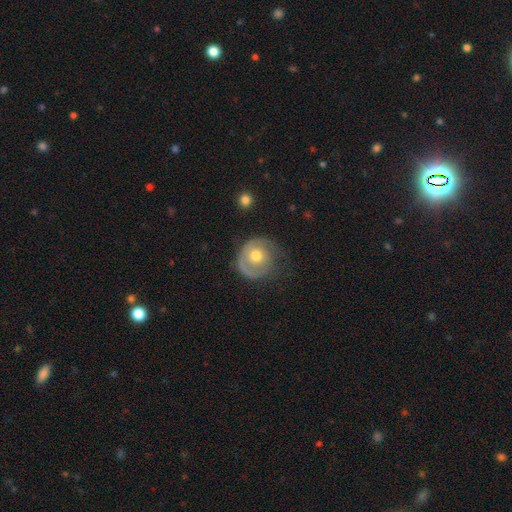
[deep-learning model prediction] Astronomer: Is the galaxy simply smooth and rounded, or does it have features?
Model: featured or disk — 56% (runner-up: smooth, 38%).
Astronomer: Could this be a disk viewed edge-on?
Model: no — 96%.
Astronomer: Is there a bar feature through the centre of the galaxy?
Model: no — 86%.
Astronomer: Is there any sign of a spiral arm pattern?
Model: yes — 65%.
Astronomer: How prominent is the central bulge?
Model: moderate — 74%.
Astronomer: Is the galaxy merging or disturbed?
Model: none — 58%.